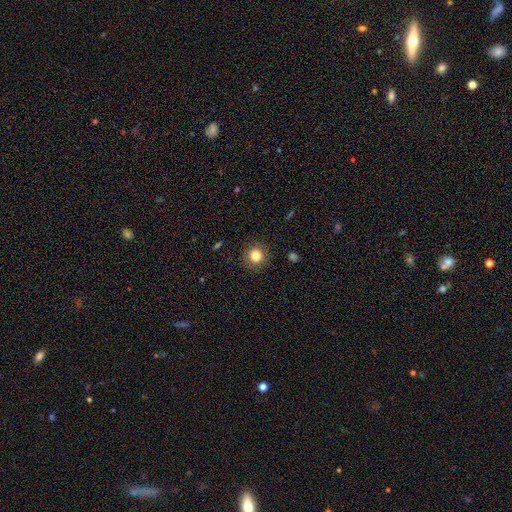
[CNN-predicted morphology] A smooth galaxy with no disk features (82%) that is round (90%).

Vote fractions:
- Smooth or featured? smooth: 82% / star or artifact: 10% / featured or disk: 8%
- How rounded? round: 90% / in between: 9% / cigar-shaped: 1%
- Merging? none: 89% / minor disturbance: 8% / major disturbance: 3% / merger: 1%